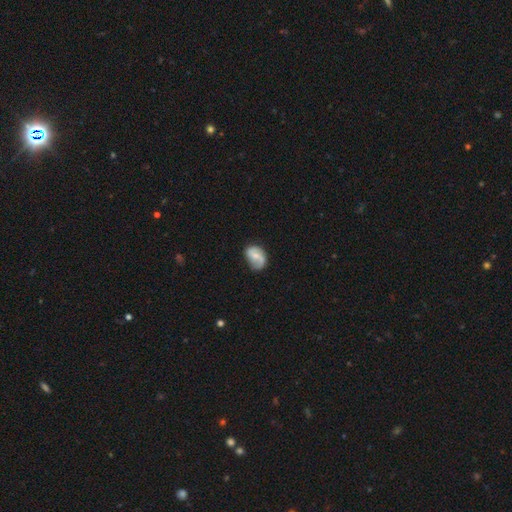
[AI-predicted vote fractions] A featured or disk galaxy (61%) with a weak bar (44%, tied with no), 2 (72%) loose (48%) spiral arms (87%) and a small central bulge (48%). Merging: none (59%).